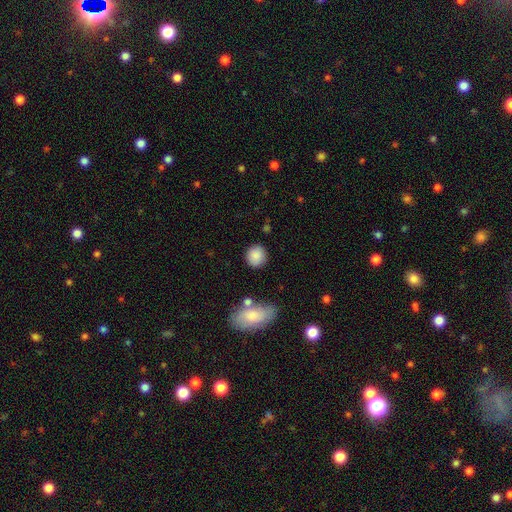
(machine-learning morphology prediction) This appears to be a smooth galaxy with no disk features (87%) that is round (84%). Merging: none (84%).